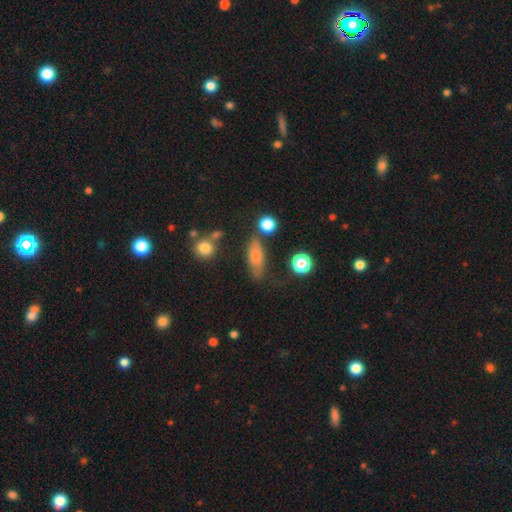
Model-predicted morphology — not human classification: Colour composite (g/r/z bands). It shows a smooth galaxy with no disk features (72%) that is in between round and cigar-shaped (60%). Merging: none (63%).